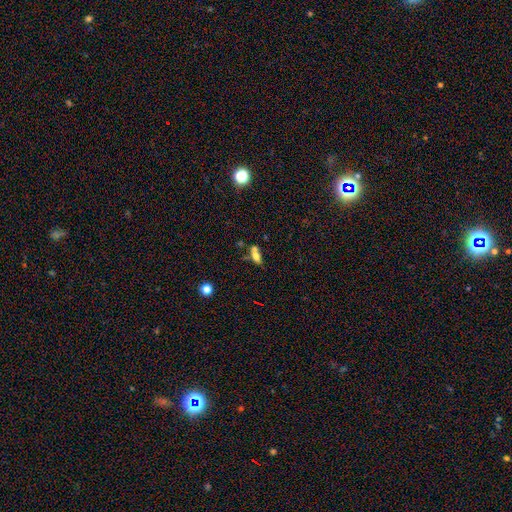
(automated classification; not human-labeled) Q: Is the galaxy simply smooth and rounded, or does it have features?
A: smooth — 59%.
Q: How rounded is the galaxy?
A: in between — 72%.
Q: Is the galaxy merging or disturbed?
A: none — 40%, tied with merger.